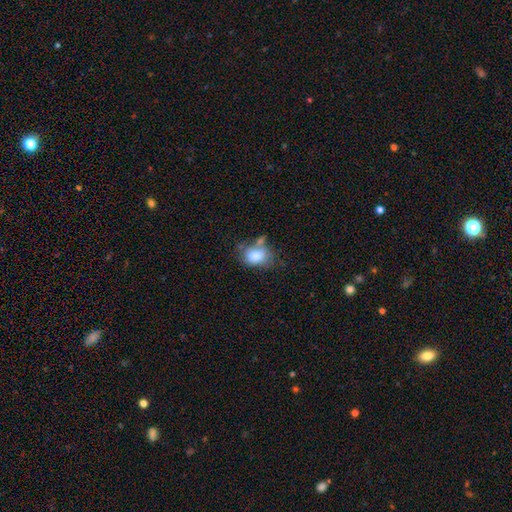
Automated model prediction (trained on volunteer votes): A smooth galaxy with no disk features (80%) that is in between round and cigar-shaped (72%).

Vote fractions:
- Smooth or featured? smooth: 80% / featured or disk: 12% / star or artifact: 8%
- How rounded? in between: 72% / round: 27% / cigar-shaped: 1%
- Merging? none: 46% / minor disturbance: 25% / merger: 20% / major disturbance: 10%